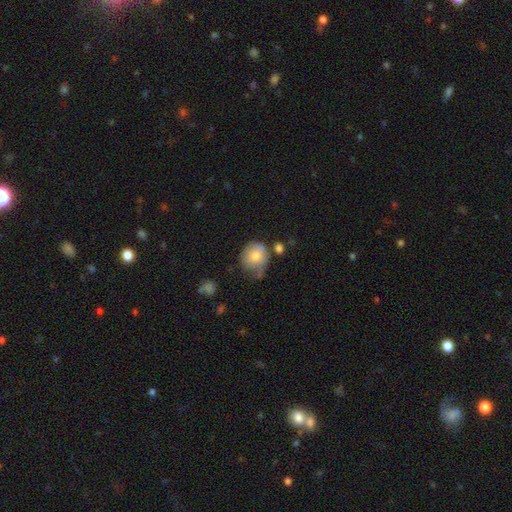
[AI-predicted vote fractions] smooth_or_featured: smooth (p=0.76) [alt: featured or disk p=0.17]
how_rounded: round (p=0.78) [alt: in between p=0.21]
merging: none (p=0.40) [alt: minor disturbance p=0.35]